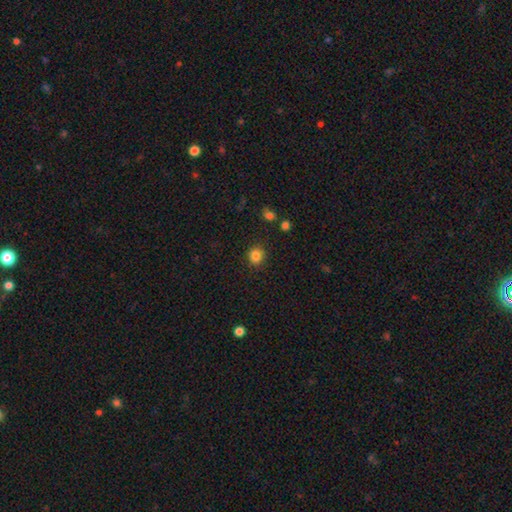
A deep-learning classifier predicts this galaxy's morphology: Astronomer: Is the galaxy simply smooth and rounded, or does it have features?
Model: smooth — 84%.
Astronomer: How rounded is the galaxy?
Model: round — 80%.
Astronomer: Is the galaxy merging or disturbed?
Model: none — 86%.